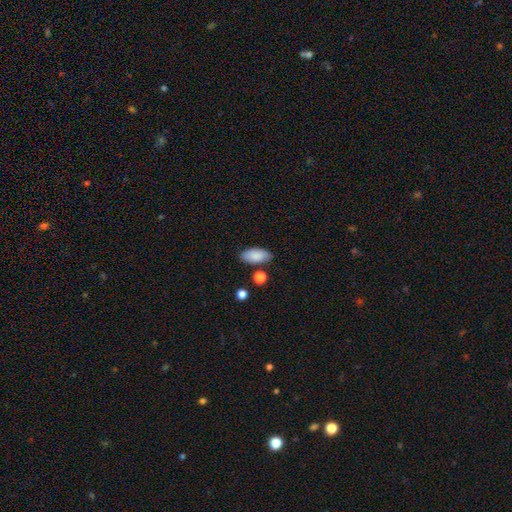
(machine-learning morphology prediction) The model was most divided on "merging": none: 80%, minor disturbance: 12%, merger: 5%, major disturbance: 3%. More confident: how rounded — in between (92%); smooth or featured — smooth (87%).